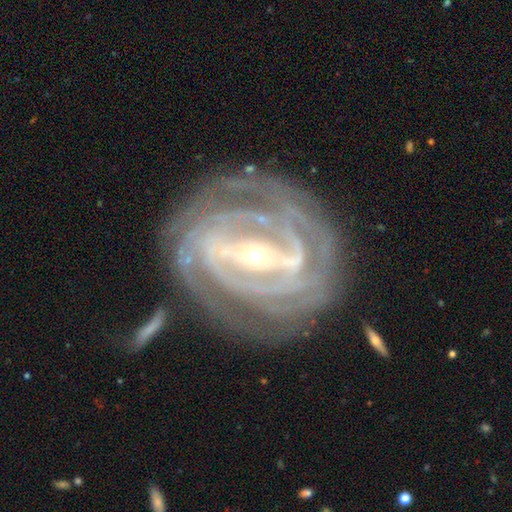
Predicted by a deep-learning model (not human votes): This appears to be a featured or disk galaxy (91%) with a strong bar (70%), tight (81%) spiral arms (95%) and a small central bulge (74%). Merging: none (78%).